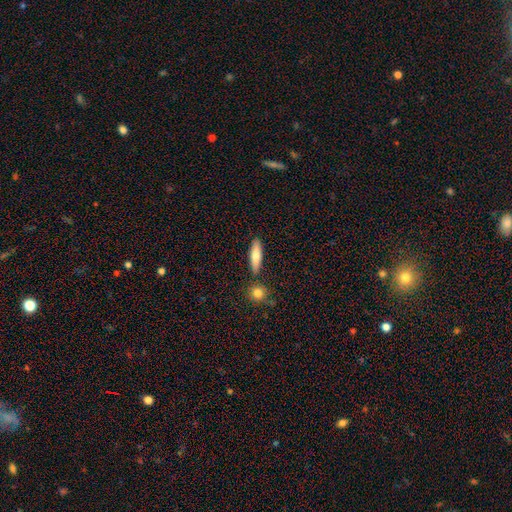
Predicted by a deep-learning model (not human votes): Smooth or featured: smooth — 72% (featured or disk — 22%)
How rounded: cigar-shaped — 64% (in between — 33%)
Merging: none — 84% (minor disturbance — 9%)